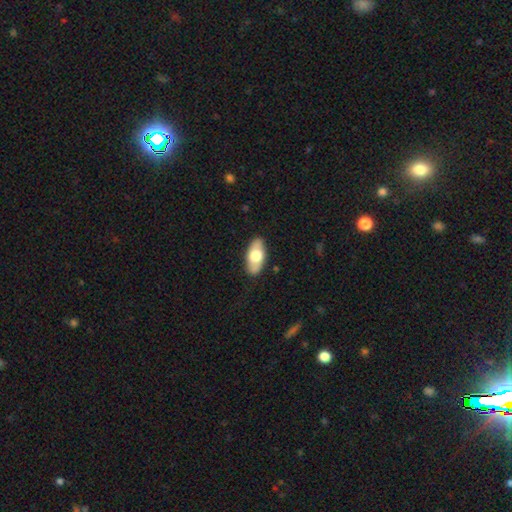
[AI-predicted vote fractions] smooth_or_featured: smooth (p=0.60) [alt: featured or disk p=0.35]
how_rounded: in between (p=0.91) [alt: cigar-shaped p=0.06]
merging: none (p=0.85) [alt: minor disturbance p=0.11]